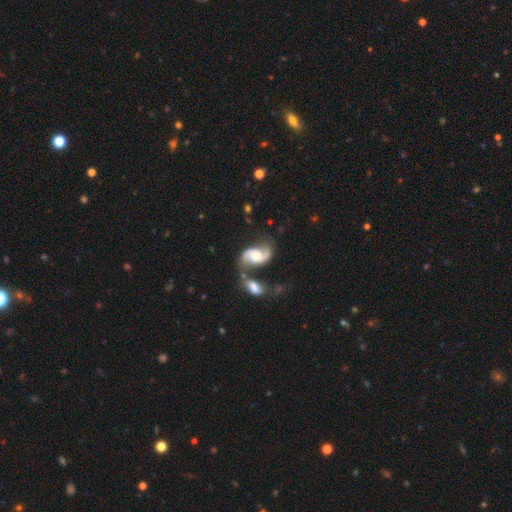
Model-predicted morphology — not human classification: Smooth or featured: featured or disk — 83% (smooth — 11%)
Edge-on disk: no — 97% (yes — 3%)
Bar: no — 56% (weak — 34%)
Spiral arms: yes — 96% (no — 4%)
Spiral winding: loose — 47% (medium — 42%)
Spiral arm count: 2 — 92% (can't tell — 3%)
Bulge size: moderate — 35% (small — 24%)
Merging: none — 43% (merger — 32%)